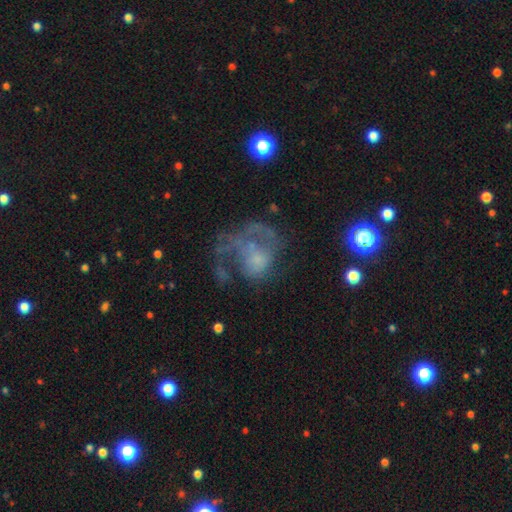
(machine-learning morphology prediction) Smooth or featured? Predicted: featured or disk (p=0.56). Edge-on disk? Predicted: no (p=0.98). Bar? Predicted: no (p=0.86). Spiral arms? Predicted: no (p=0.59). Bulge size? Predicted: none (p=0.50). Merging? Predicted: major disturbance (p=0.49).